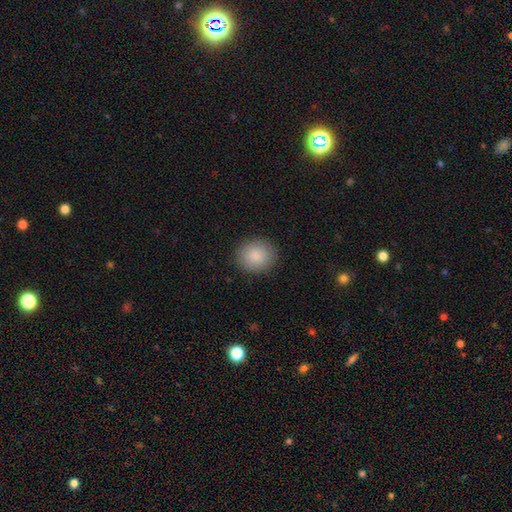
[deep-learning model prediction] smooth-or-featured: smooth: 88% | star or artifact: 7% | featured or disk: 4%
  how-rounded: round: 78% | in between: 21% | cigar-shaped: 1%
  merging: none: 89% | minor disturbance: 7% | major disturbance: 2% | merger: 1%